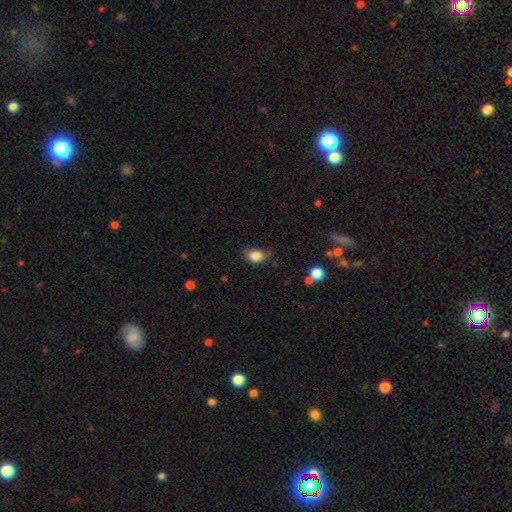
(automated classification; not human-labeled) smooth_or_featured: smooth (p=0.84) [alt: star or artifact p=0.09]
how_rounded: in between (p=0.63) [alt: round p=0.36]
merging: none (p=0.59) [alt: minor disturbance p=0.31]